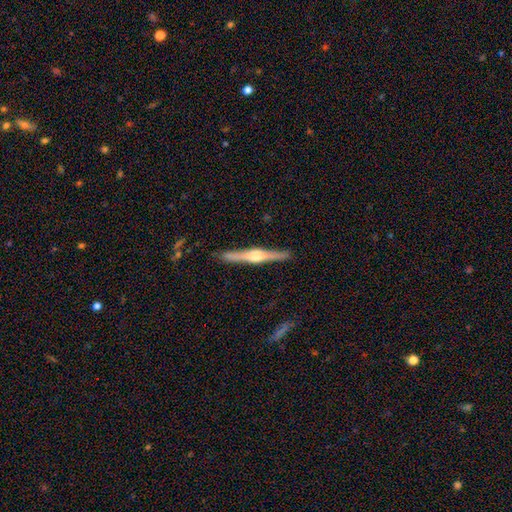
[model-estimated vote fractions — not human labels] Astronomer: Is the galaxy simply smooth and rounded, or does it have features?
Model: featured or disk — 80%.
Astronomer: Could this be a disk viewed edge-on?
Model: yes — 98%.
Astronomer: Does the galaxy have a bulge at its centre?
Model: rounded — 91%.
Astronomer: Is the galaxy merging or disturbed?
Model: none — 91%.